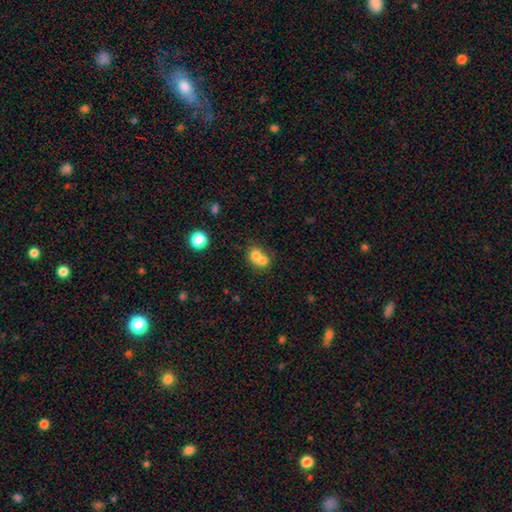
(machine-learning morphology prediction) type=smooth (71%); roundness=round (71%); merging=merger (67%).